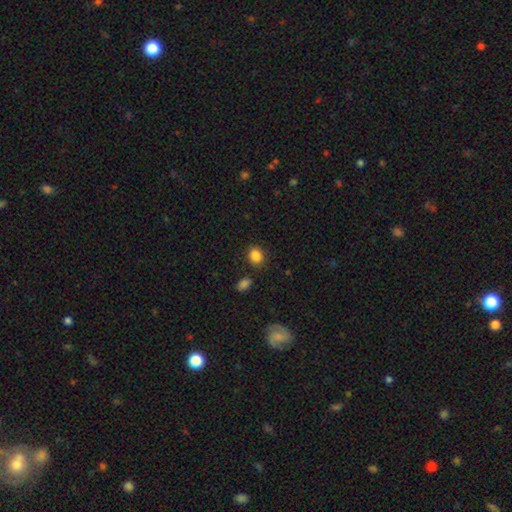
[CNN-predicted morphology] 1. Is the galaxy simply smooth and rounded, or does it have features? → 87% smooth, 10% star or artifact, 4% featured or disk.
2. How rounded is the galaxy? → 50% in between, 49% round, 1% cigar-shaped.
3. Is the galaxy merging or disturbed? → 81% none, 11% minor disturbance, 4% merger, 3% major disturbance.